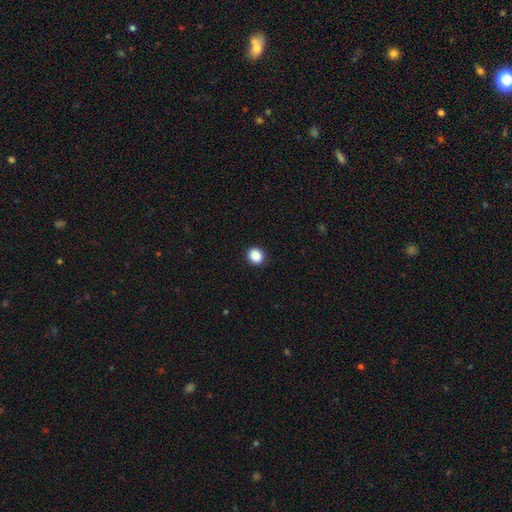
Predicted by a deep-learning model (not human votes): smooth 88%, star or artifact 9%, featured or disk 3%. Down the decision tree: how rounded — round (76%); merging — none (92%).